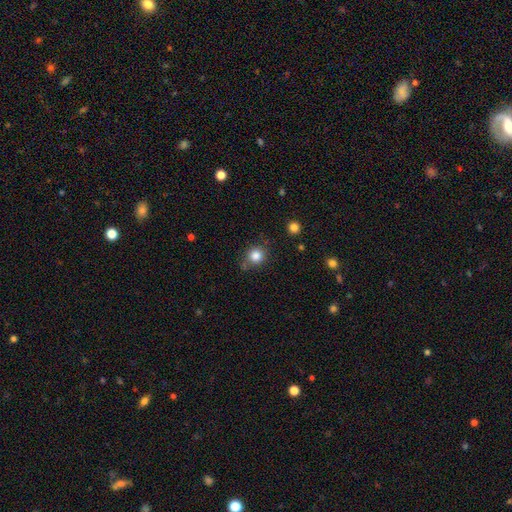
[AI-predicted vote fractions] A smooth galaxy with no disk features (84%) that is round (88%).

Vote fractions:
- Smooth or featured? smooth: 84% / star or artifact: 11% / featured or disk: 5%
- How rounded? round: 88% / in between: 11% / cigar-shaped: 1%
- Merging? none: 77% / minor disturbance: 14% / merger: 5% / major disturbance: 4%